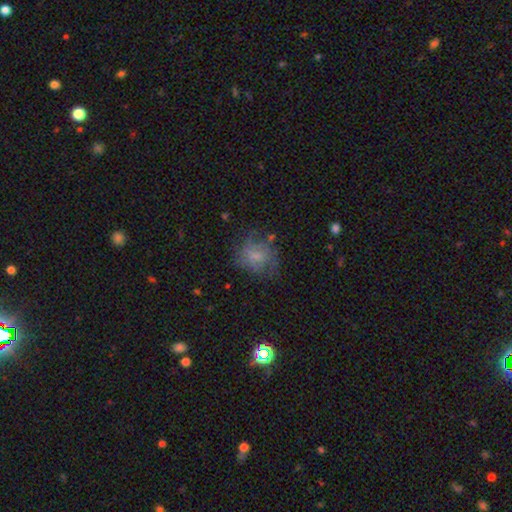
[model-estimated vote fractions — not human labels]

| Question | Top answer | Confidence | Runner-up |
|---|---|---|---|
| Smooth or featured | smooth | 55% | featured or disk (33%) |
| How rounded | round | 66% | in between (32%) |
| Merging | none | 56% | minor disturbance (24%) |